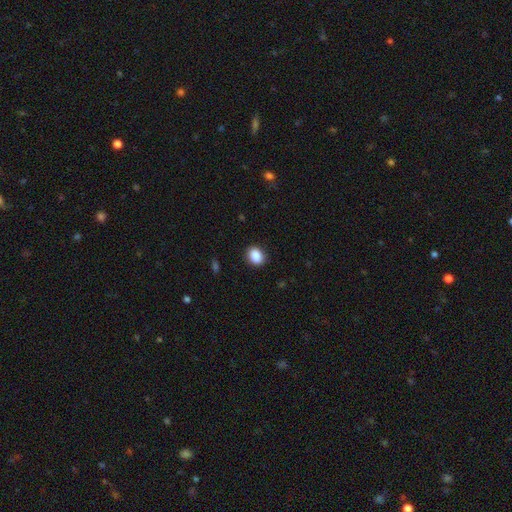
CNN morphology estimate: A smooth galaxy with no disk features (88%) that is in between round and cigar-shaped (58%). Merging: none (88%).